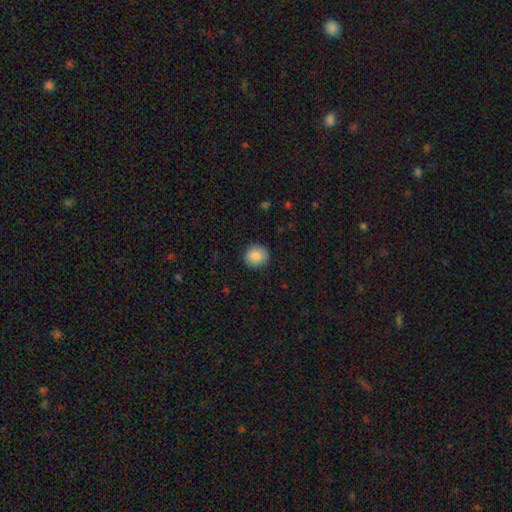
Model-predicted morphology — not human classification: A smooth galaxy with no disk features (88%) that is round (86%). Merging: none (89%).